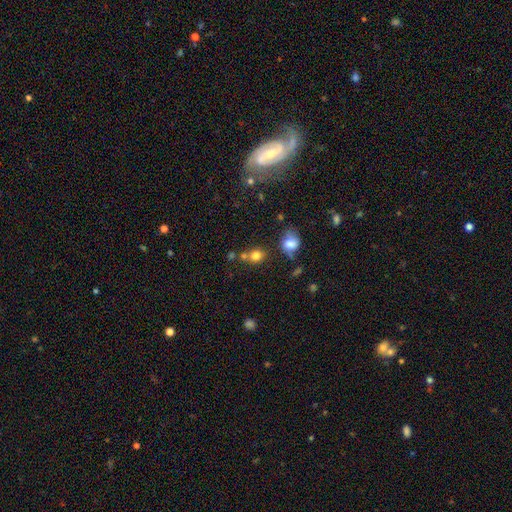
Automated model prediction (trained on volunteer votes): Q: Smooth or featured?
A: smooth (78%); runner-up: star or artifact (14%)
Q: How rounded?
A: round (69%); runner-up: in between (29%)
Q: Merging?
A: none (56%); runner-up: merger (25%)